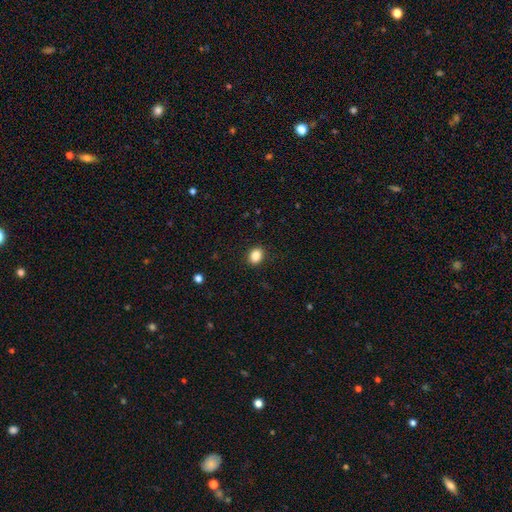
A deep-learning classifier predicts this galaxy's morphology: The model was most divided on "how rounded": in between: 51%, round: 48%, cigar-shaped: 1%. More confident: merging — none (89%); smooth or featured — smooth (86%).